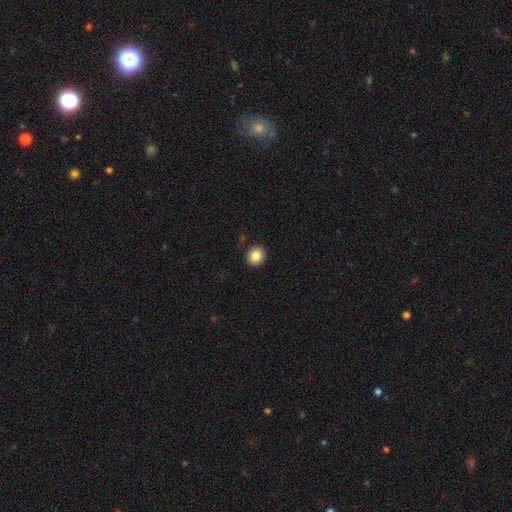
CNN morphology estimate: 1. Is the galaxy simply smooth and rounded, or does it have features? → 85% smooth, 9% star or artifact, 6% featured or disk.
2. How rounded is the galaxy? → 83% round, 16% in between, 1% cigar-shaped.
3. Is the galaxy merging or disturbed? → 90% none, 6% minor disturbance, 2% major disturbance, 1% merger.